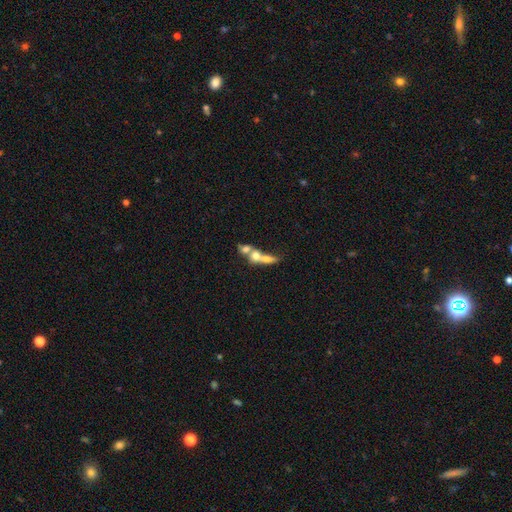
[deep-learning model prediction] Smooth or featured: smooth — 54% (featured or disk — 35%)
How rounded: in between — 43% (round — 35%)
Merging: merger — 69% (none — 18%)